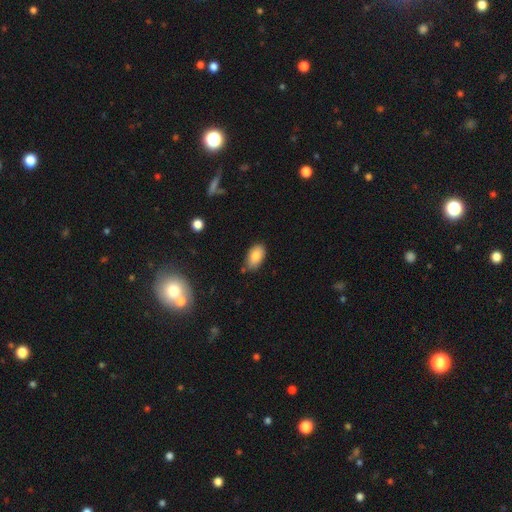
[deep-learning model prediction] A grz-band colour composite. It shows a smooth galaxy with no disk features (85%) that is in between round and cigar-shaped (93%). Merging: none (77%).